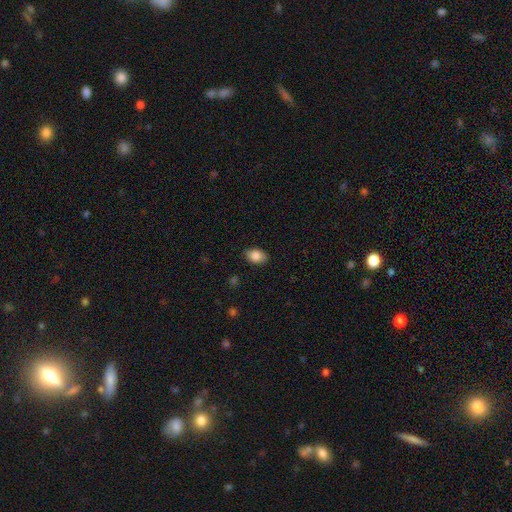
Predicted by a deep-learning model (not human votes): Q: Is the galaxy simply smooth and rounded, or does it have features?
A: smooth — 85%.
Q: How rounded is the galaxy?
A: in between — 85%.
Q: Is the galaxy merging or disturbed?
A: none — 85%.